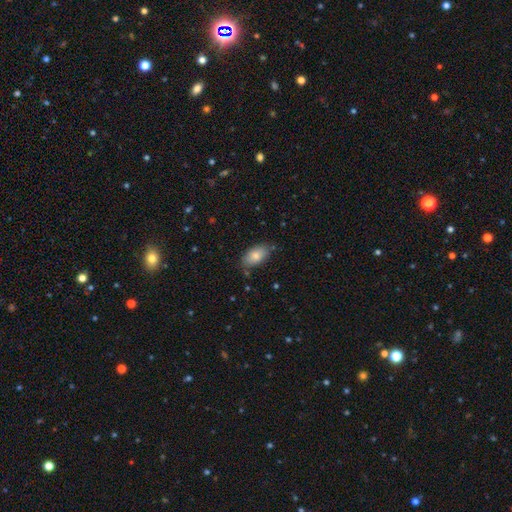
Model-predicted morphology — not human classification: Smooth or featured?
  - smooth: 82% *
  - featured or disk: 11%
  - star or artifact: 7%
How rounded?
  - in between: 93% *
  - round: 5%
  - cigar-shaped: 3%
Merging?
  - none: 77% *
  - minor disturbance: 17%
  - major disturbance: 3%
  - merger: 2%